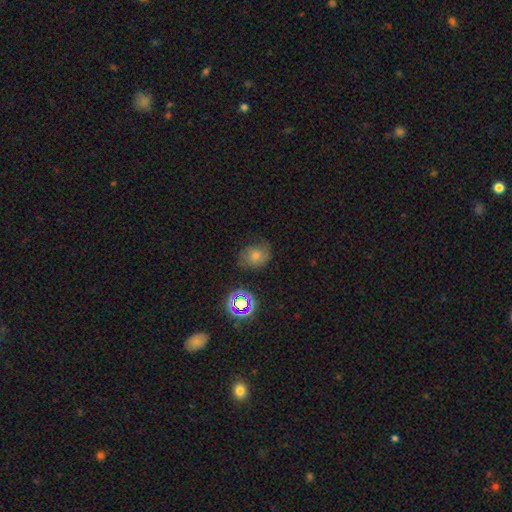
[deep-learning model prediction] smooth-or-featured: smooth: 52% | featured or disk: 25% | star or artifact: 23%
  how-rounded: round: 60% | in between: 39% | cigar-shaped: 1%
  merging: none: 66% | minor disturbance: 23% | major disturbance: 9% | merger: 2%